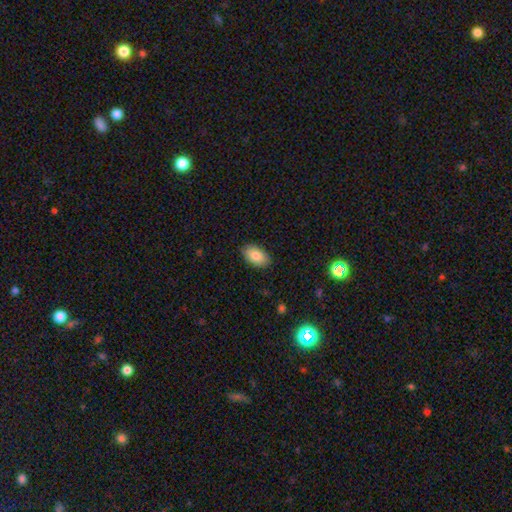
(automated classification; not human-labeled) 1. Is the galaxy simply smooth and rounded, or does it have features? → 84% smooth, 9% featured or disk, 7% star or artifact.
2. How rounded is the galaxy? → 94% in between, 4% round, 2% cigar-shaped.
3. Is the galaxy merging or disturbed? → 88% none, 9% minor disturbance, 2% major disturbance, 1% merger.